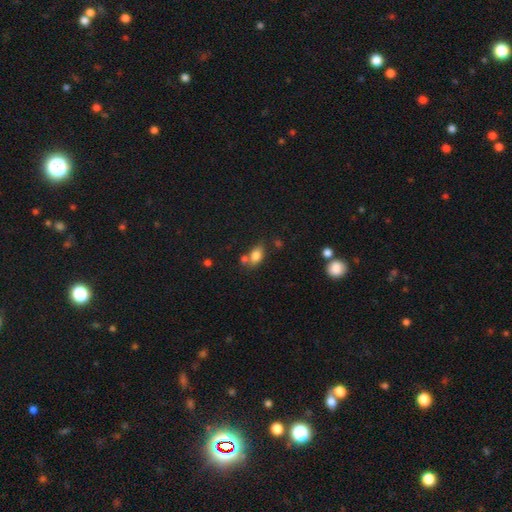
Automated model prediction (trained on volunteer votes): Smooth or featured? smooth (80%)
How rounded? in between (82%)
Merging? none (54%)